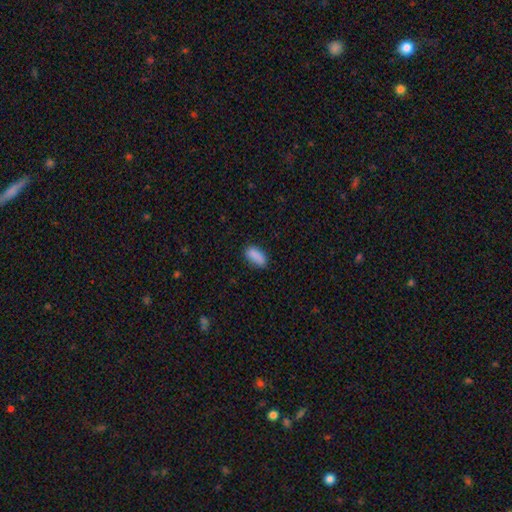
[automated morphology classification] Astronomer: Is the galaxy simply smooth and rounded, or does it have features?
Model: smooth — 88%.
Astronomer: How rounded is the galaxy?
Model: in between — 88%.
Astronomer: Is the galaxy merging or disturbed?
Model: none — 76%.